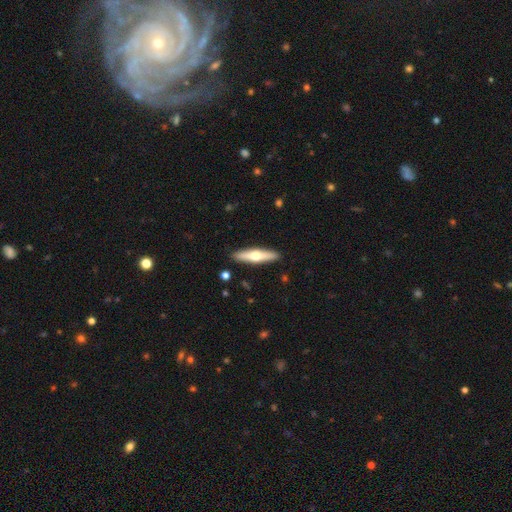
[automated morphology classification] featured or disk 52%, smooth 43%, star or artifact 5%. Down the decision tree: edge-on disk — yes (92%); merging — none (91%).